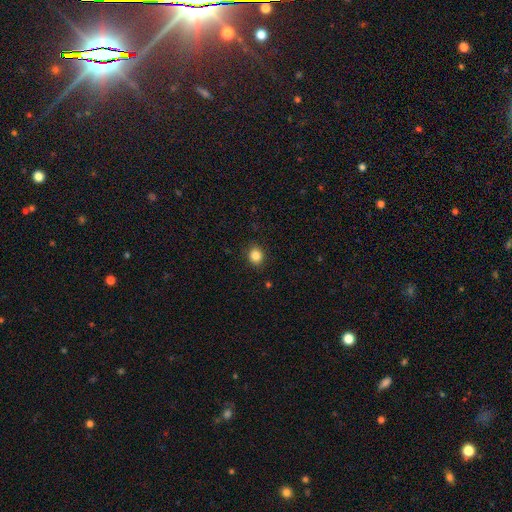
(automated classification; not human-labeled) Smooth or featured? smooth (85%)
How rounded? round (73%)
Merging? none (90%)